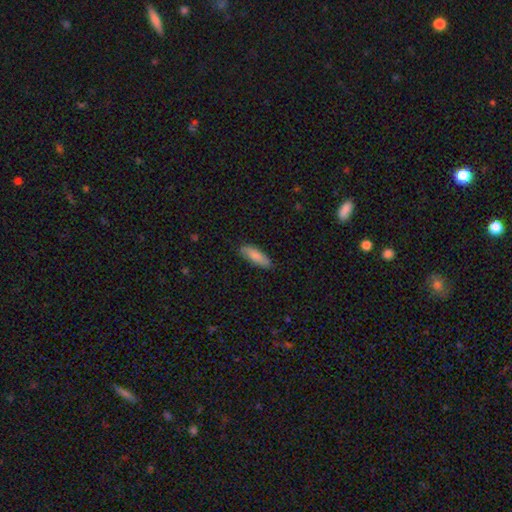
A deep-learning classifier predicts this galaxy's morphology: Q: Smooth or featured?
A: smooth (83%); runner-up: featured or disk (11%)
Q: How rounded?
A: in between (54%); runner-up: cigar-shaped (44%)
Q: Merging?
A: none (83%); runner-up: minor disturbance (13%)